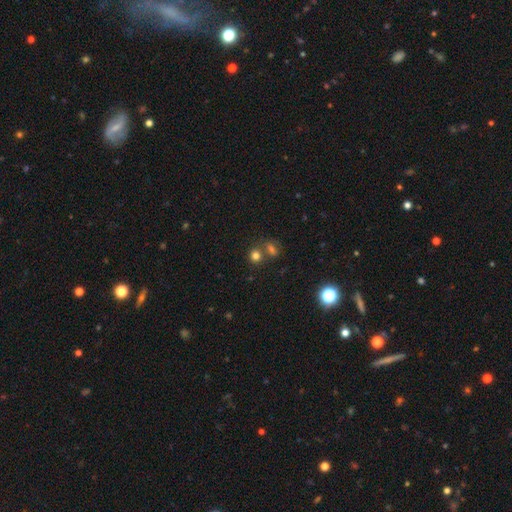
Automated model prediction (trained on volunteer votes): smooth-or-featured: smooth: 75% | star or artifact: 18% | featured or disk: 8%
  how-rounded: round: 79% | in between: 20% | cigar-shaped: 1%
  merging: none: 58% | merger: 29% | minor disturbance: 9% | major disturbance: 3%